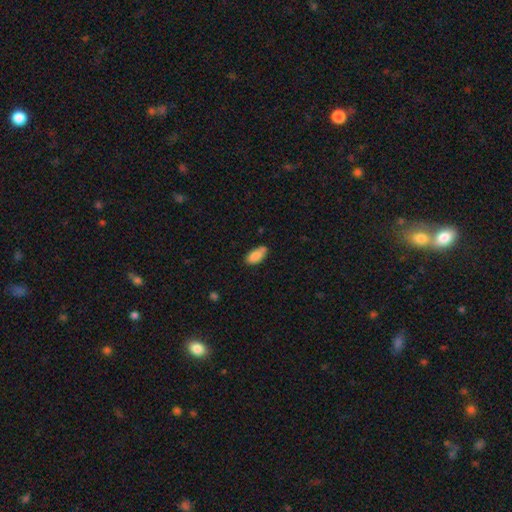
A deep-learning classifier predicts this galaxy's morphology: type=smooth (87%); roundness=in between (89%); merging=none (68%).